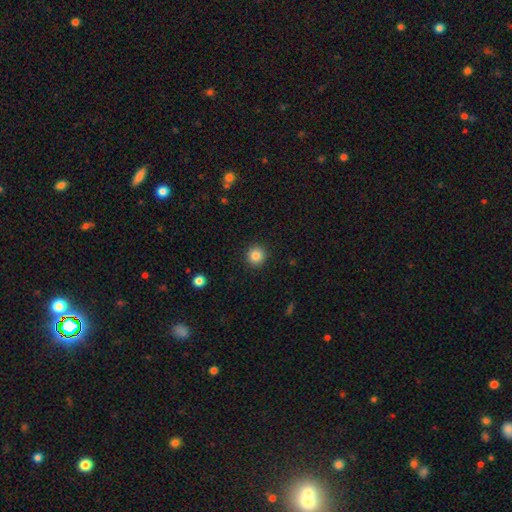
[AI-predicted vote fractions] Smooth or featured?
  - smooth: 84% *
  - star or artifact: 10%
  - featured or disk: 5%
How rounded?
  - round: 94% *
  - in between: 5%
  - cigar-shaped: 1%
Merging?
  - none: 93% *
  - minor disturbance: 5%
  - major disturbance: 2%
  - merger: 1%